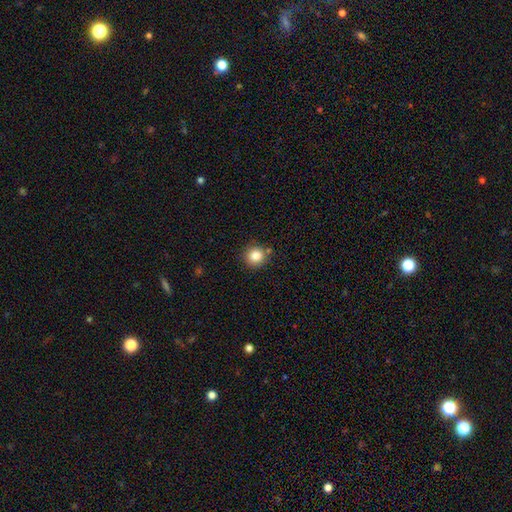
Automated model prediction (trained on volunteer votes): A smooth galaxy with no disk features (84%) that is round (93%). Merging: none (83%).